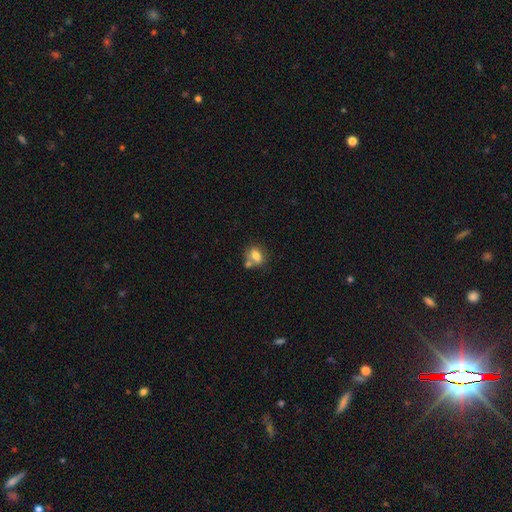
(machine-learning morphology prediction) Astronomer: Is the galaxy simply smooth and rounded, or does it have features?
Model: smooth — 76%.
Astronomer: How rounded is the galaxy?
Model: in between — 71%.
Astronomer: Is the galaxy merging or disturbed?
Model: none — 48% (runner-up: merger, 32%).